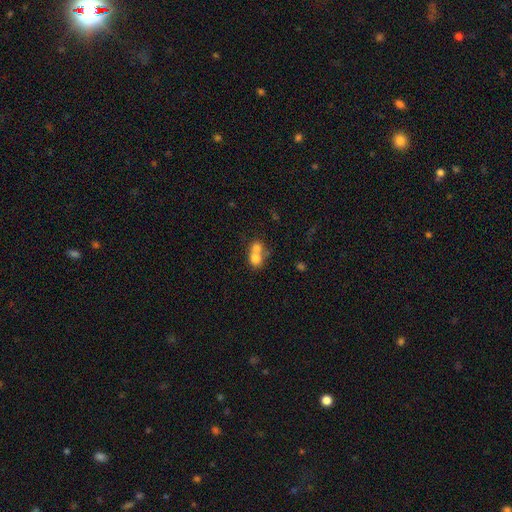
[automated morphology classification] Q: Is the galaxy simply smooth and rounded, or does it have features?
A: smooth — 74%.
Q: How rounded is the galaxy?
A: round — 59%.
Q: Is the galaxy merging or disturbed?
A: merger — 70%.